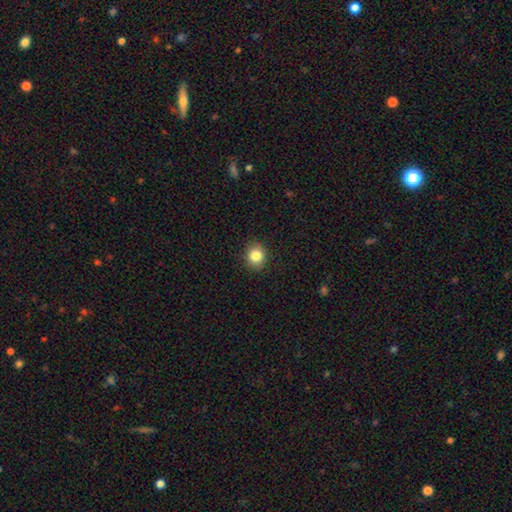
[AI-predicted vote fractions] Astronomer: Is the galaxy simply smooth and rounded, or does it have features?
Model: smooth — 84%.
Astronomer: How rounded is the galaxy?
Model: round — 73%.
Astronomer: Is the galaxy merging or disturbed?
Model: none — 89%.